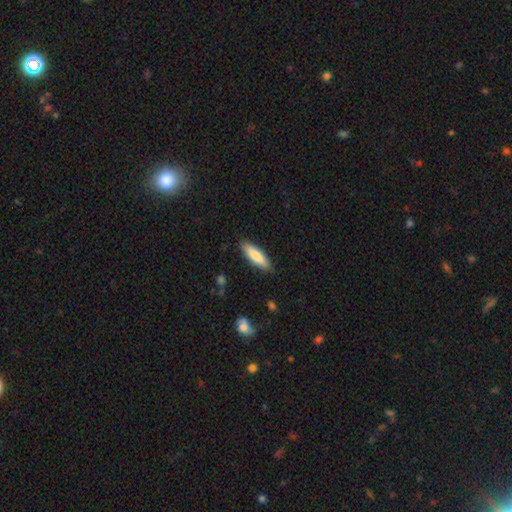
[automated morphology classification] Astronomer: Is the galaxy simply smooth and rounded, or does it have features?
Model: smooth — 81%.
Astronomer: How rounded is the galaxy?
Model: cigar-shaped — 56% (runner-up: in between, 42%).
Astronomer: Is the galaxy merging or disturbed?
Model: none — 88%.